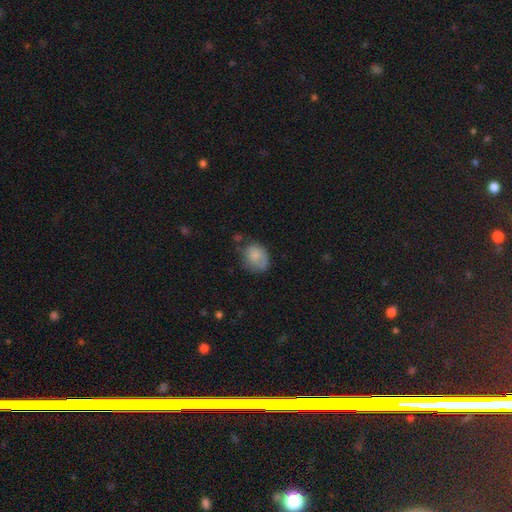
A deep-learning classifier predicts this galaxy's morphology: smooth_or_featured: smooth (p=0.76) [alt: featured or disk p=0.15]
how_rounded: in between (p=0.50) [alt: round p=0.49]
merging: none (p=0.48) [alt: minor disturbance p=0.32]